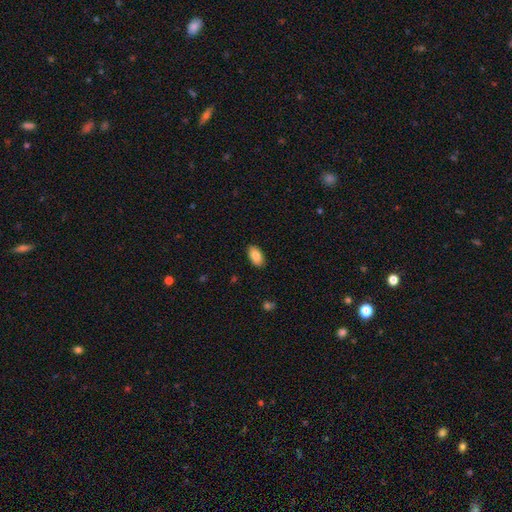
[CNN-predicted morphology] Smooth or featured? smooth (85%)
How rounded? in between (94%)
Merging? none (88%)